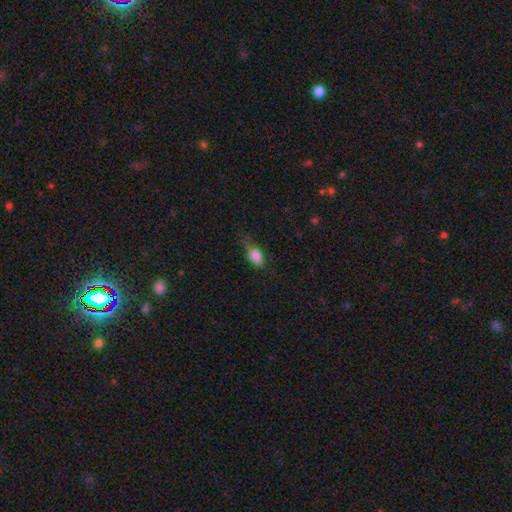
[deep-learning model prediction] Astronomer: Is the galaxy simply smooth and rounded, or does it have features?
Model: smooth — 82%.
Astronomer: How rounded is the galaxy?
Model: in between — 85%.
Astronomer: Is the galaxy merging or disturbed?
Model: none — 48% (runner-up: minor disturbance, 36%).